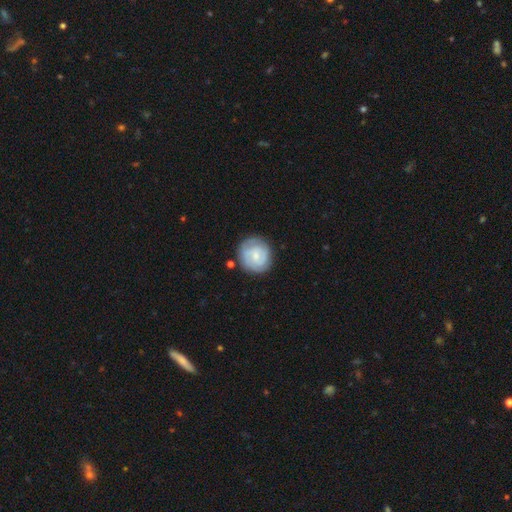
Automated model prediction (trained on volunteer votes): Smooth or featured? featured or disk (51%)
Edge-on disk? no (98%)
Merging? none (78%)